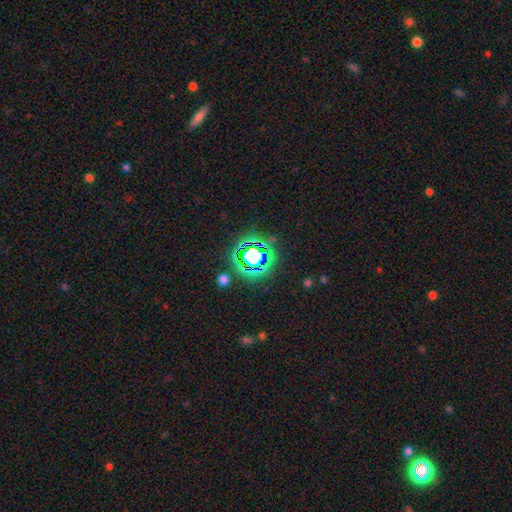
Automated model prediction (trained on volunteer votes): smooth_or_featured: star or artifact (p=0.71) [alt: smooth p=0.19]